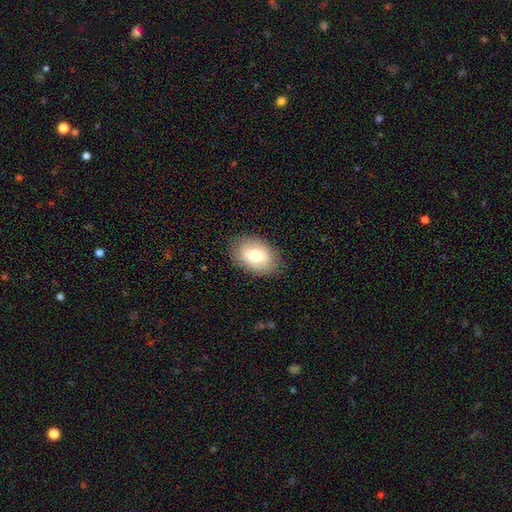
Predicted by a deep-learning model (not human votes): smooth 67%, featured or disk 25%, star or artifact 8%. Down the decision tree: how rounded — in between (83%); merging — none (82%).